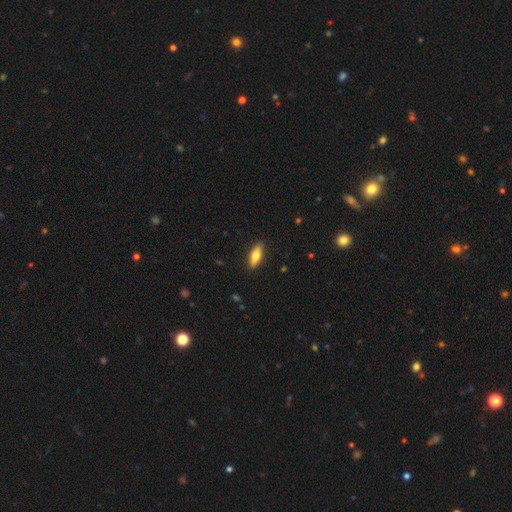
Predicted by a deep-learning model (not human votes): Morphology: type=smooth (74%); roundness=in between (69%); merging=none (89%).